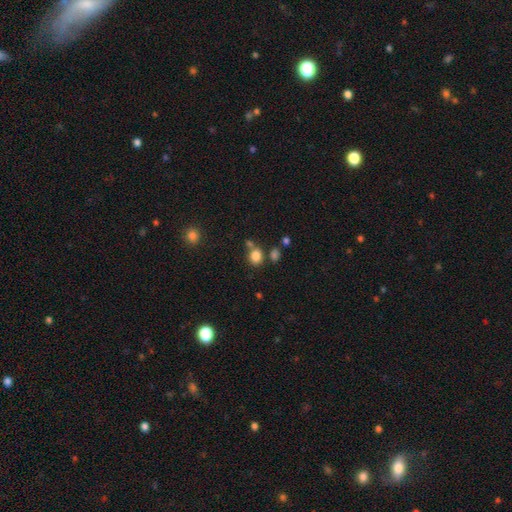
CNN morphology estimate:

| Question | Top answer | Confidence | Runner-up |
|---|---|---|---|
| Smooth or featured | smooth | 82% | star or artifact (12%) |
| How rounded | round | 61% | in between (38%) |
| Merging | none | 64% | merger (19%) |